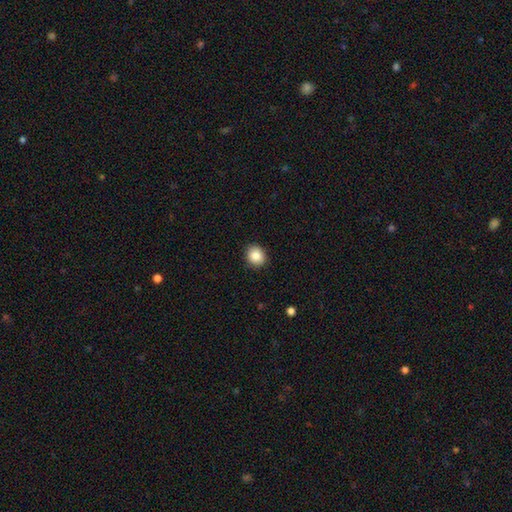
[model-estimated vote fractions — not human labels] This is clearly a smooth galaxy (86%). How rounded: likely round (71%). Merging: clearly none (90%).